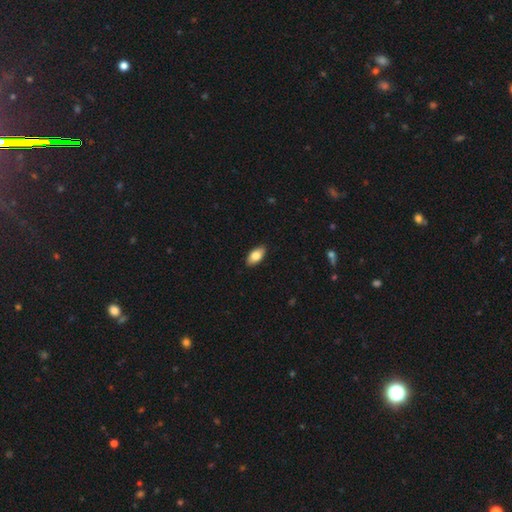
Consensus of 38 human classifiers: A smooth galaxy with no disk features (84%) that is in between round and cigar-shaped (97%). Merging: none (87%).